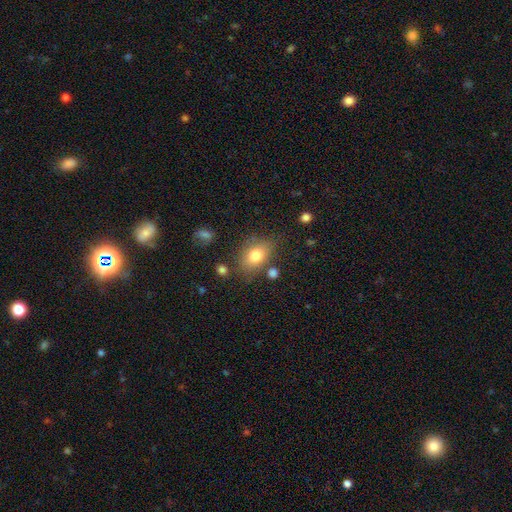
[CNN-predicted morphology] A smooth galaxy with no disk features (77%) that is in between round and cigar-shaped (75%). Merging: none (71%).